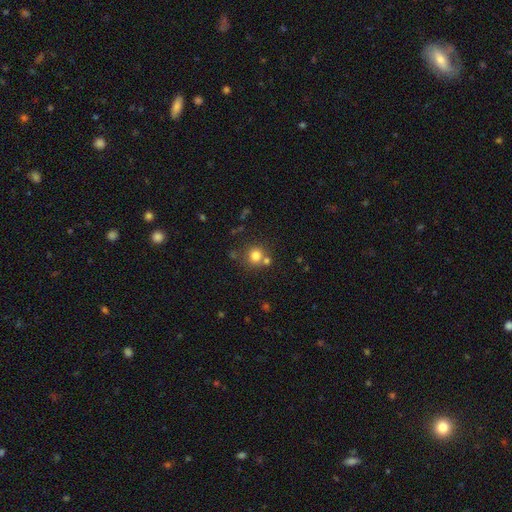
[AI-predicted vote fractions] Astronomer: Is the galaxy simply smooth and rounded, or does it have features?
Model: smooth — 78%.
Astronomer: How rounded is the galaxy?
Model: round — 90%.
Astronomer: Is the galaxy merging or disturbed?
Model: none — 66%.